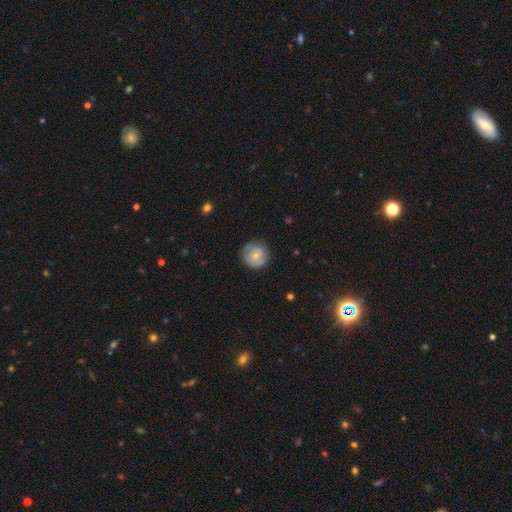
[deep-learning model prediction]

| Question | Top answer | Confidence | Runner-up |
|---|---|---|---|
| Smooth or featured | smooth | 59% | featured or disk (34%) |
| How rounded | round | 91% | in between (8%) |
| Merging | none | 76% | minor disturbance (18%) |